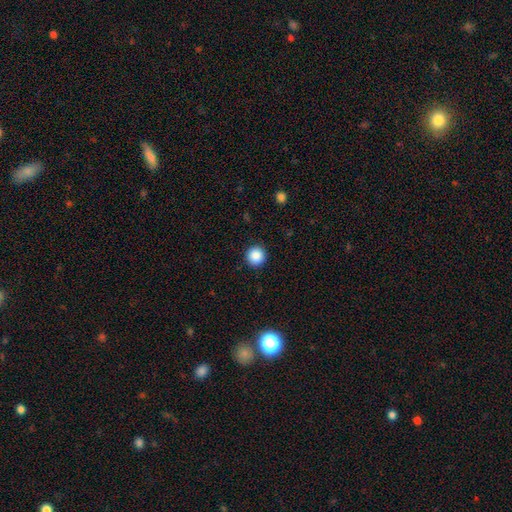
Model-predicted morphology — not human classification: Smooth or featured? smooth (88%)
How rounded? round (96%)
Merging? none (92%)